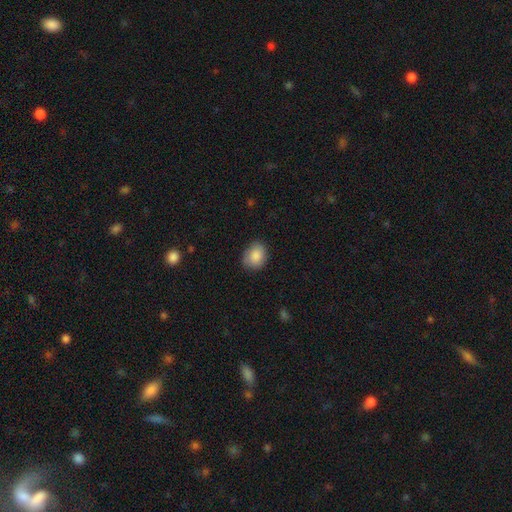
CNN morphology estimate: smooth_or_featured: smooth (p=0.87) [alt: star or artifact p=0.07]
how_rounded: in between (p=0.54) [alt: round p=0.46]
merging: none (p=0.80) [alt: minor disturbance p=0.16]